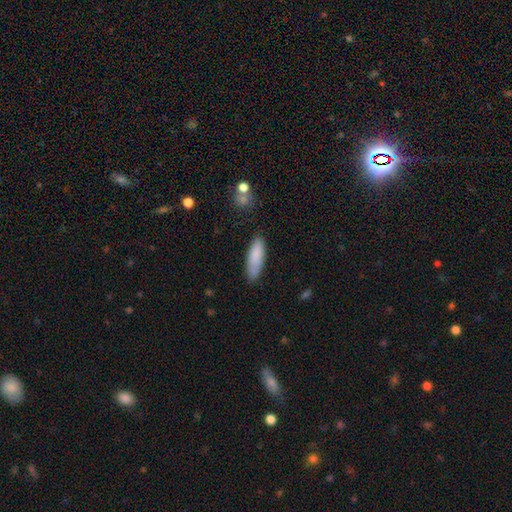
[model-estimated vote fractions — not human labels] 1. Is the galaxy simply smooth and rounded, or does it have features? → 85% smooth, 9% featured or disk, 6% star or artifact.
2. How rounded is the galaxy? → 52% in between, 47% cigar-shaped, 2% round.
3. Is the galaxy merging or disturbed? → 77% none, 17% minor disturbance, 3% major disturbance, 2% merger.